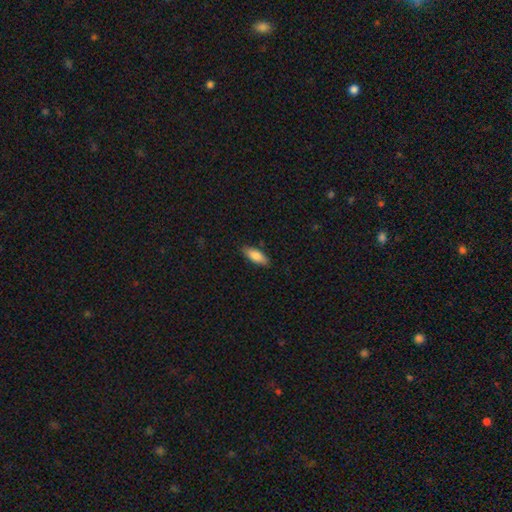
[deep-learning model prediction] Smooth or featured?
  - smooth: 82% *
  - featured or disk: 12%
  - star or artifact: 6%
How rounded?
  - in between: 71% *
  - cigar-shaped: 27%
  - round: 2%
Merging?
  - none: 85% *
  - minor disturbance: 11%
  - major disturbance: 2%
  - merger: 1%